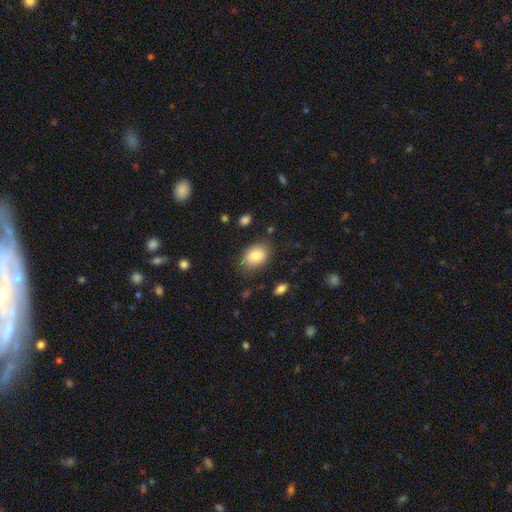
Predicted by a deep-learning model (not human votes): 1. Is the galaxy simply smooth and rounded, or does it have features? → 83% smooth, 10% featured or disk, 8% star or artifact.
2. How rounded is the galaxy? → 79% in between, 20% round, 1% cigar-shaped.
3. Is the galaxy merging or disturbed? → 77% none, 16% minor disturbance, 4% major disturbance, 2% merger.